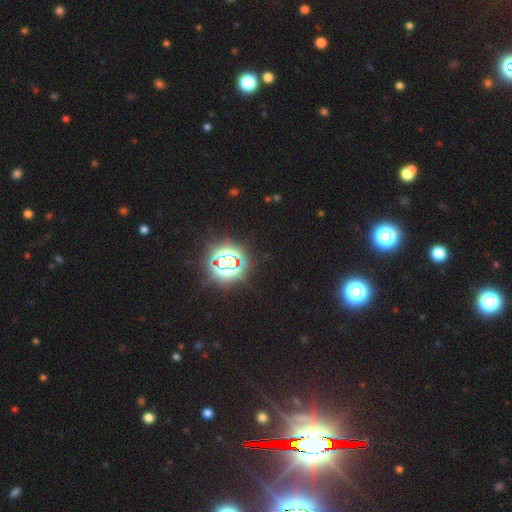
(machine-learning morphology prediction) A star or artifact, not a galaxy (82%).